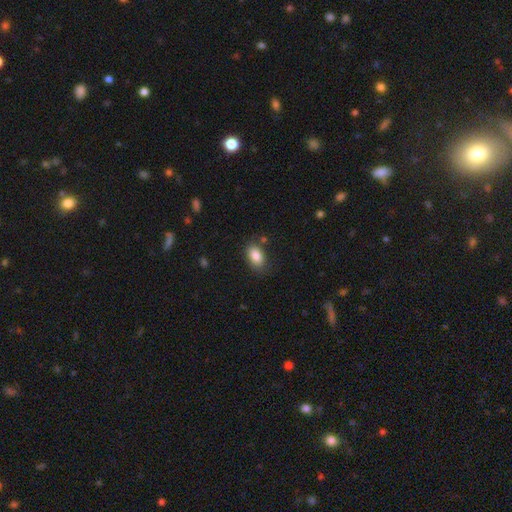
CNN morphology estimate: Q: Smooth or featured?
A: smooth (85%); runner-up: star or artifact (8%)
Q: How rounded?
A: in between (88%); runner-up: round (10%)
Q: Merging?
A: none (78%); runner-up: minor disturbance (15%)